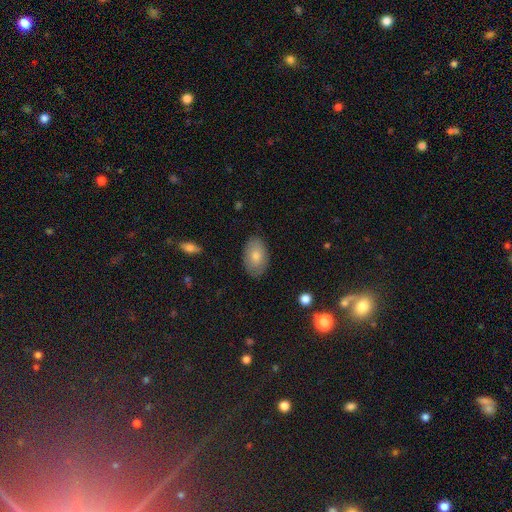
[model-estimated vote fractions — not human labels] A smooth galaxy with no disk features (72%) that is in between round and cigar-shaped (91%).

Vote fractions:
- Smooth or featured? smooth: 72% / featured or disk: 18% / star or artifact: 9%
- How rounded? in between: 91% / round: 7% / cigar-shaped: 1%
- Merging? none: 84% / minor disturbance: 12% / major disturbance: 3% / merger: 1%